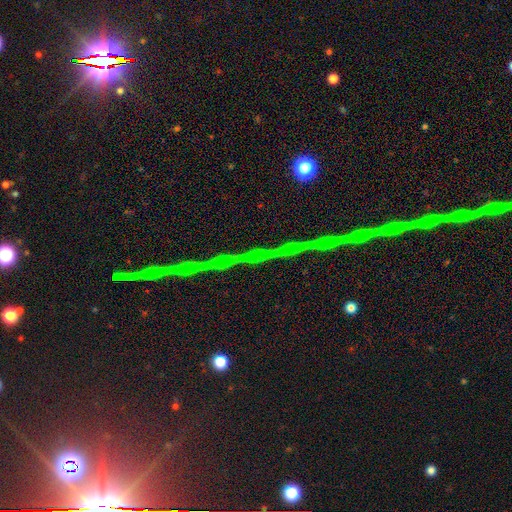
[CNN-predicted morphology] Smooth or featured: star or artifact — 68% (featured or disk — 22%)